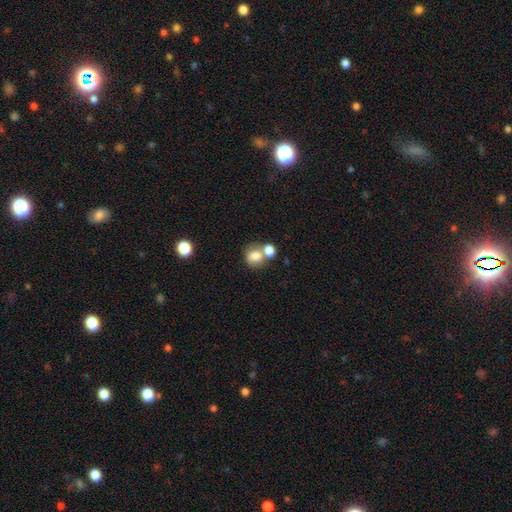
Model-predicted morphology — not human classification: type=smooth (77%); roundness=round (66%); merging=merger (47%).